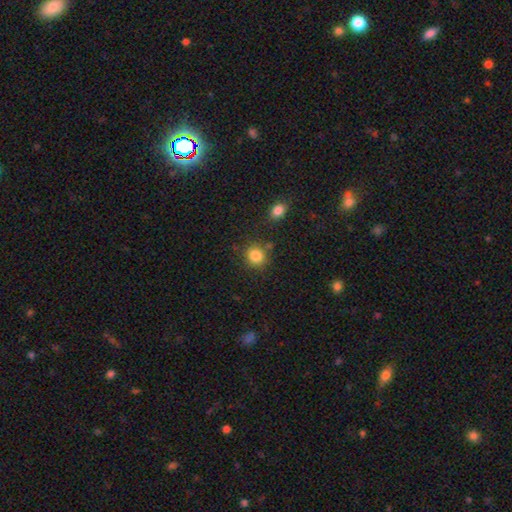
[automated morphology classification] Smooth or featured? Predicted: smooth (p=0.85). How rounded? Predicted: round (p=0.82). Merging? Predicted: none (p=0.80).